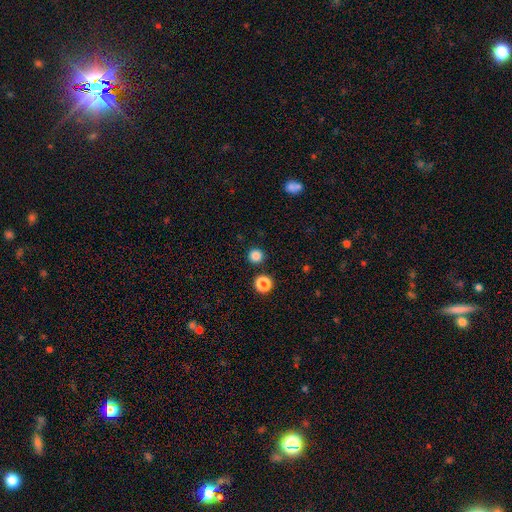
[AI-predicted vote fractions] This is clearly a smooth galaxy (84%). How rounded: clearly round (96%). Merging: clearly none (89%).